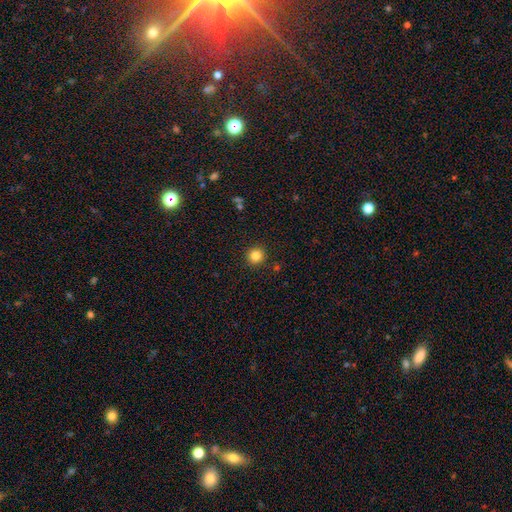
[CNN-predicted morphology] Smooth or featured? smooth (83%)
How rounded? round (93%)
Merging? none (91%)